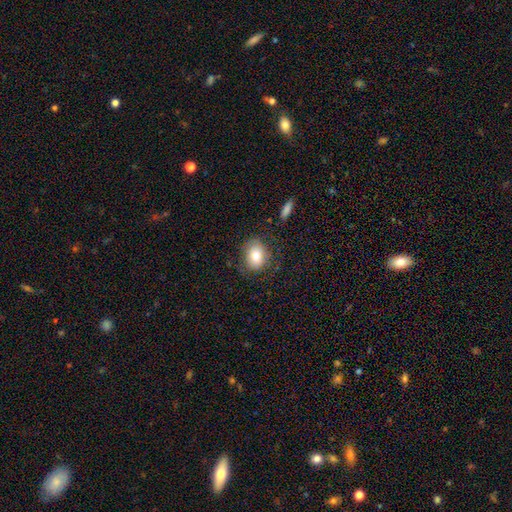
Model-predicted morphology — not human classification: smooth-or-featured: smooth: 76% | featured or disk: 15% | star or artifact: 9%
  how-rounded: in between: 56% | round: 43% | cigar-shaped: 1%
  merging: none: 76% | minor disturbance: 16% | major disturbance: 6% | merger: 2%